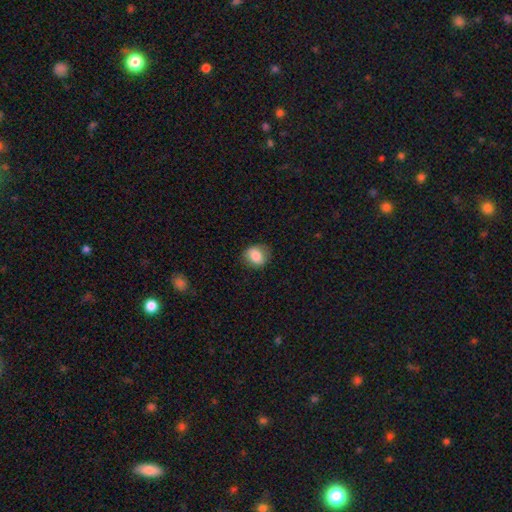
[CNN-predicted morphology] Smooth or featured? smooth (83%)
How rounded? round (56%)
Merging? none (78%)